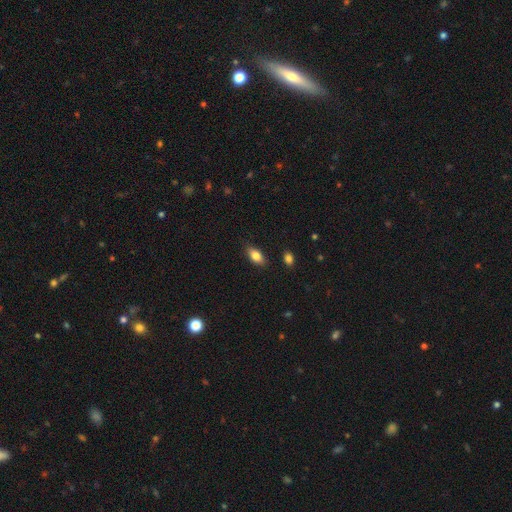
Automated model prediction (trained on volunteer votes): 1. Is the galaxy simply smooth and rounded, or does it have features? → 83% smooth, 9% featured or disk, 8% star or artifact.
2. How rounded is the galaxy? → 89% in between, 6% round, 5% cigar-shaped.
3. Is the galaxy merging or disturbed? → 84% none, 12% minor disturbance, 2% major disturbance, 2% merger.